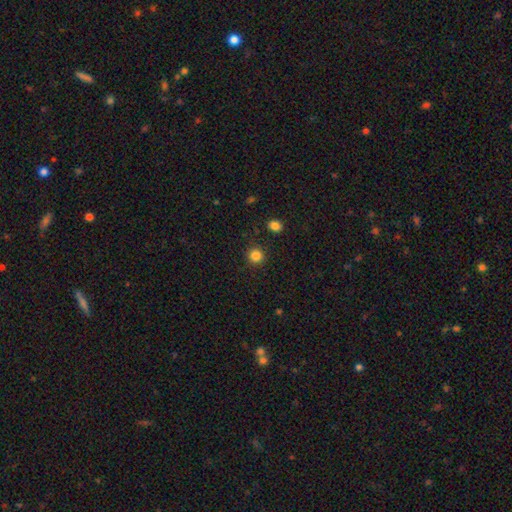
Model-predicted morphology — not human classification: type=smooth (84%); roundness=round (94%); merging=none (91%).